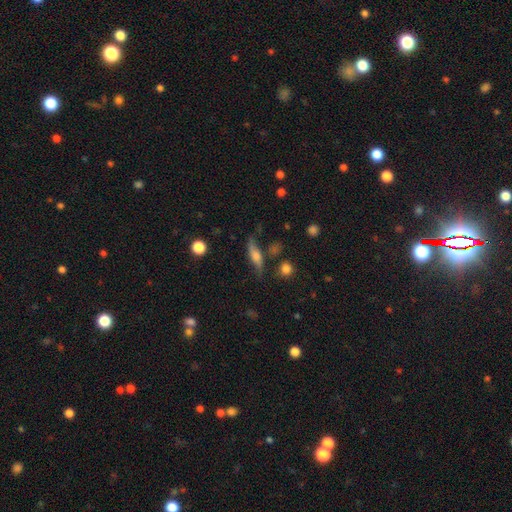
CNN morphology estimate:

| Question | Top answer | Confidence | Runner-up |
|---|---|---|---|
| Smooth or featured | featured or disk | 54% | smooth (36%) |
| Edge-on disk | yes | 63% | no (37%) |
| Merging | none | 62% | minor disturbance (23%) |